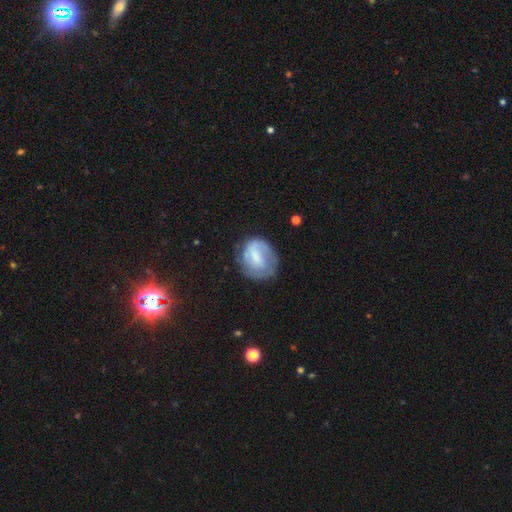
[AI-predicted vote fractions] This is possibly a smooth galaxy (56%). How rounded: possibly round (55%). Merging: possibly none (58%).